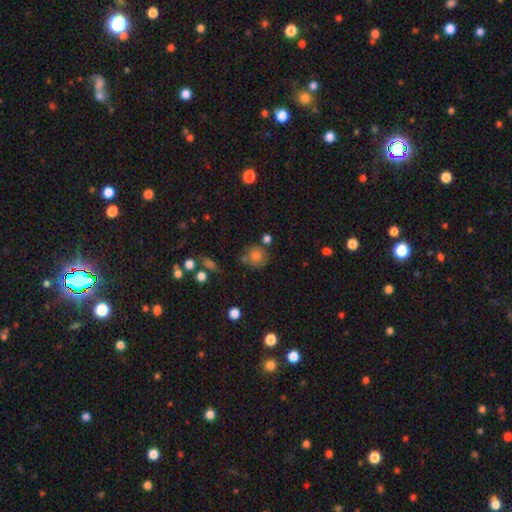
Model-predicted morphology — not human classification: A smooth galaxy with no disk features (76%) that is round (88%).

Vote fractions:
- Smooth or featured? smooth: 76% / star or artifact: 14% / featured or disk: 10%
- How rounded? round: 88% / in between: 11% / cigar-shaped: 1%
- Merging? none: 69% / minor disturbance: 15% / merger: 10% / major disturbance: 6%